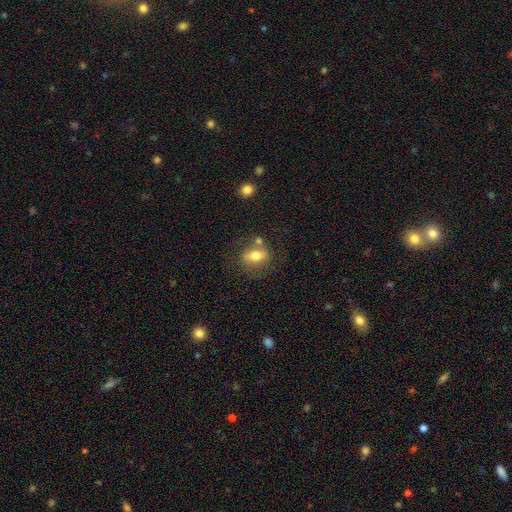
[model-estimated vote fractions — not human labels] The model was most divided on "how rounded": in between: 61%, round: 36%, cigar-shaped: 3%. More confident: merging — none (61%); smooth or featured — smooth (58%).